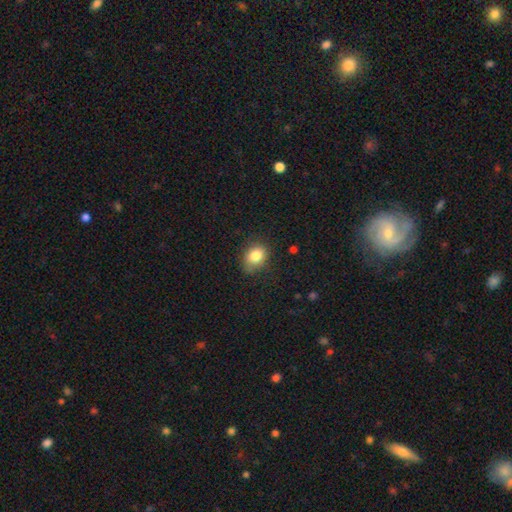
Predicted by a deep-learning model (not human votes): Smooth or featured?
  - smooth: 84% *
  - star or artifact: 9%
  - featured or disk: 8%
How rounded?
  - in between: 64% *
  - round: 35%
  - cigar-shaped: 1%
Merging?
  - none: 72% *
  - minor disturbance: 22%
  - major disturbance: 5%
  - merger: 2%